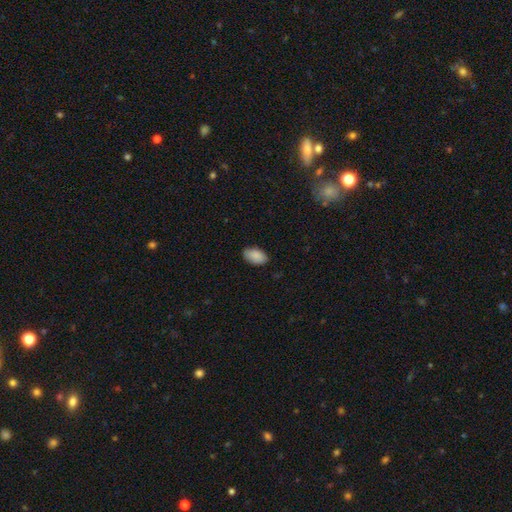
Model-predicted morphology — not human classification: Overall: smooth (89%). How rounded: in between (93%). Merging: none (83%).